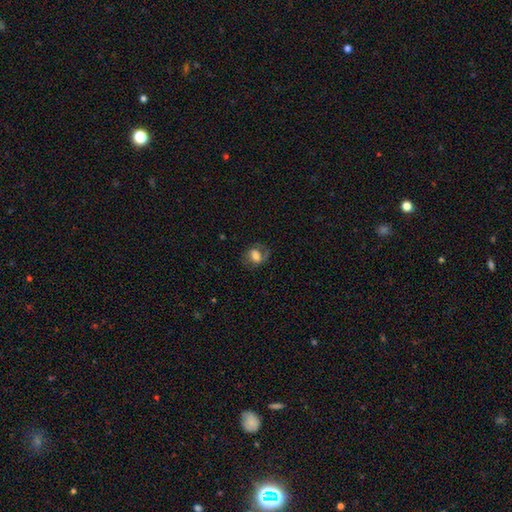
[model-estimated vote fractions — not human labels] Smooth or featured? smooth (59%)
How rounded? in between (62%)
Merging? none (61%)